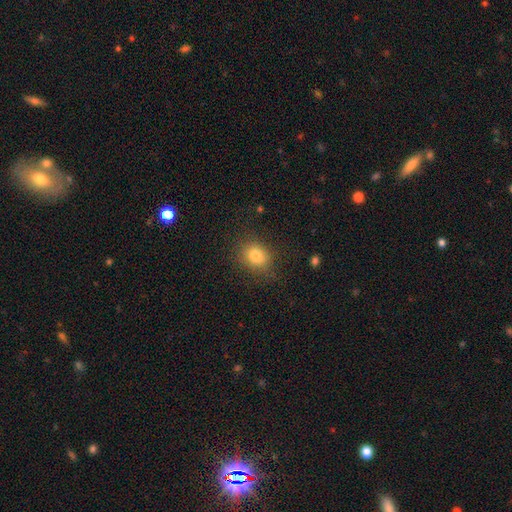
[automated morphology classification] smooth_or_featured: smooth (p=0.80) [alt: star or artifact p=0.12]
how_rounded: round (p=0.58) [alt: in between p=0.41]
merging: none (p=0.82) [alt: minor disturbance p=0.13]